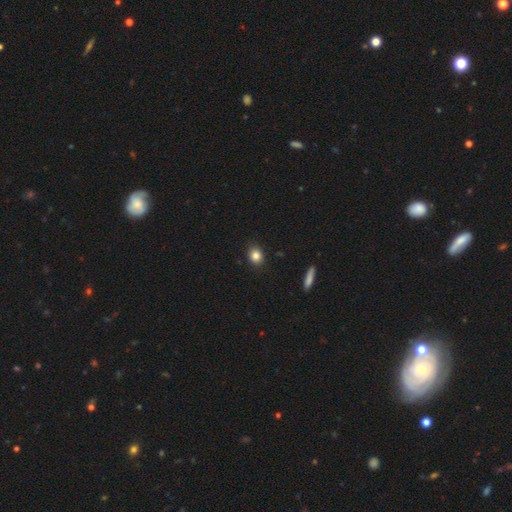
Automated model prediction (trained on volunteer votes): Smooth or featured? Predicted: smooth (p=0.84). How rounded? Predicted: round (p=0.55). Merging? Predicted: none (p=0.88).